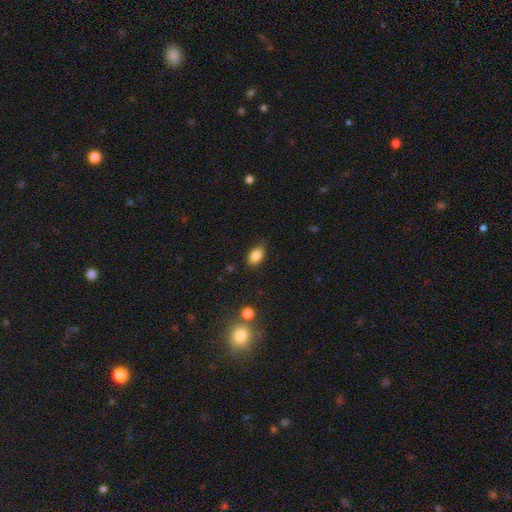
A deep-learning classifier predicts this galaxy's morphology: This appears to be a smooth galaxy with no disk features (85%) that is in between round and cigar-shaped (89%). Merging: none (77%).